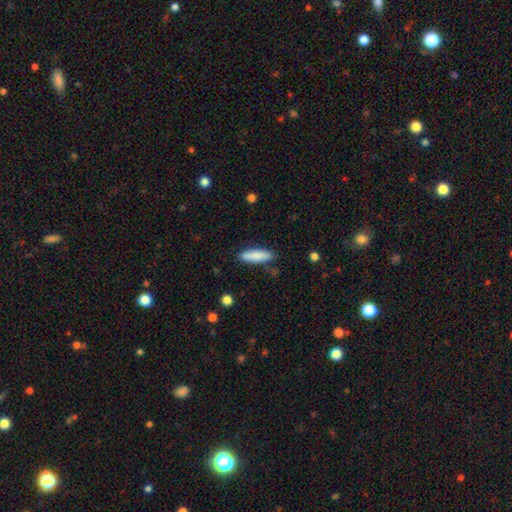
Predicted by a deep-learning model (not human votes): Morphology: type=smooth (84%); roundness=cigar-shaped (65%); merging=none (81%).